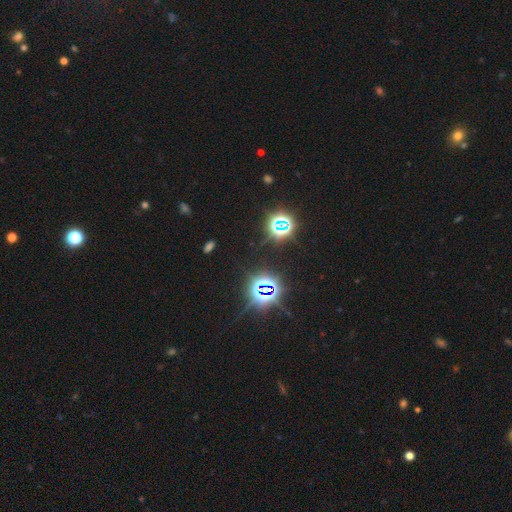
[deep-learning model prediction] A star or artifact, not a galaxy (76%).

Vote fractions:
- Smooth or featured? star or artifact: 76% / smooth: 18% / featured or disk: 6%